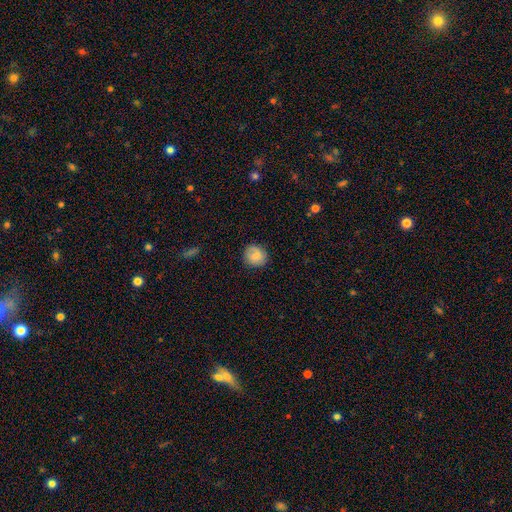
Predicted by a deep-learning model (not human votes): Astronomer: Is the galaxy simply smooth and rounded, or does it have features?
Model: smooth — 75%.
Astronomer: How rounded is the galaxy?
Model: round — 86%.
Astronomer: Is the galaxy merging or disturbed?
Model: none — 82%.